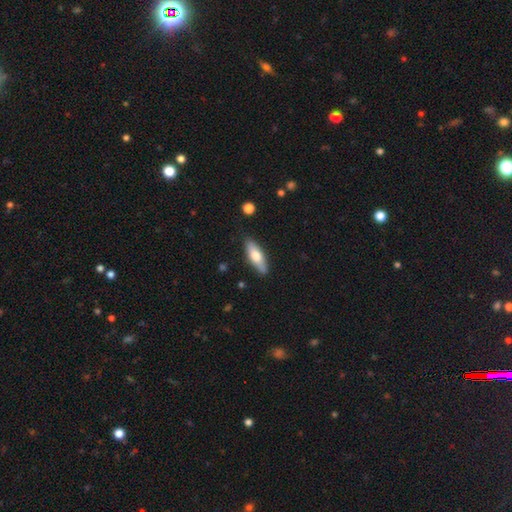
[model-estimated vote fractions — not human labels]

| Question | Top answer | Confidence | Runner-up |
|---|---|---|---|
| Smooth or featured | smooth | 64% | featured or disk (31%) |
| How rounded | in between | 58% | cigar-shaped (40%) |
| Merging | none | 84% | minor disturbance (12%) |